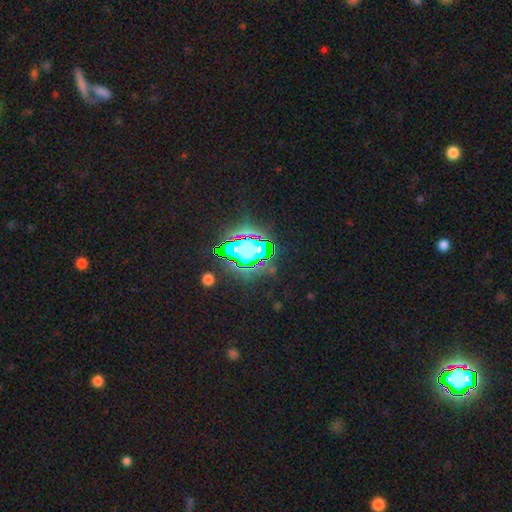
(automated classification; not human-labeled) A star or artifact, not a galaxy (80%).

Vote fractions:
- Smooth or featured? star or artifact: 80% / smooth: 11% / featured or disk: 9%